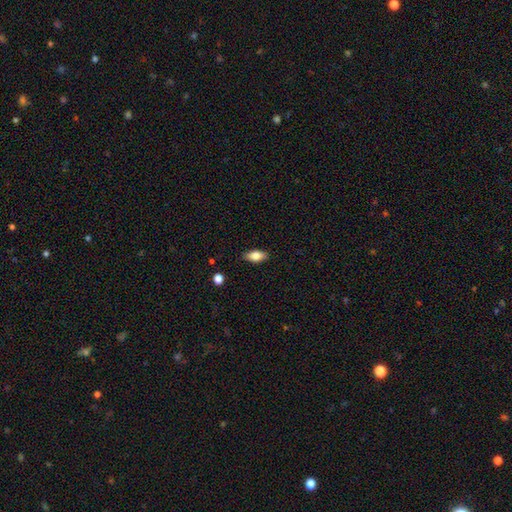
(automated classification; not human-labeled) smooth_or_featured: smooth (p=0.80) [alt: featured or disk p=0.13]
how_rounded: in between (p=0.86) [alt: cigar-shaped p=0.10]
merging: none (p=0.87) [alt: minor disturbance p=0.10]